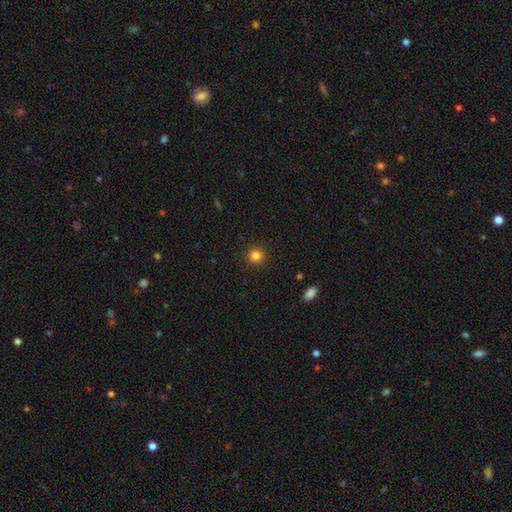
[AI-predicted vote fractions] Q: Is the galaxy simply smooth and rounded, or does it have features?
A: smooth — 83%.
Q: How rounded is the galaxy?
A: round — 93%.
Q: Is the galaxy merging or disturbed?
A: none — 92%.